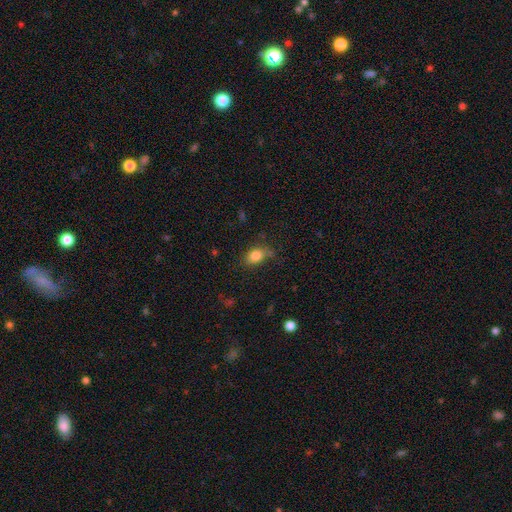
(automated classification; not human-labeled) Smooth or featured? smooth (84%)
How rounded? in between (72%)
Merging? none (71%)